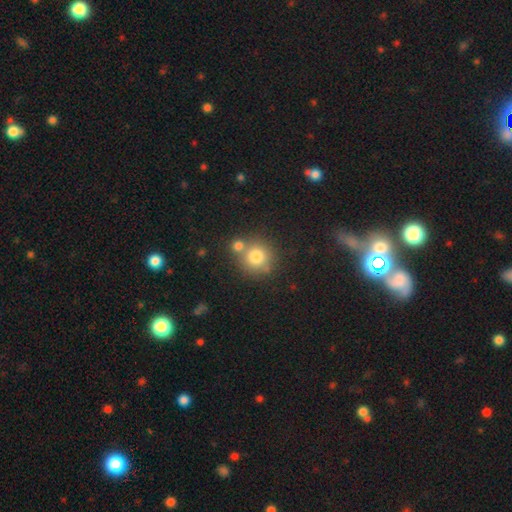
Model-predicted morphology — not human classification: type=smooth (77%); roundness=round (91%); merging=none (59%).